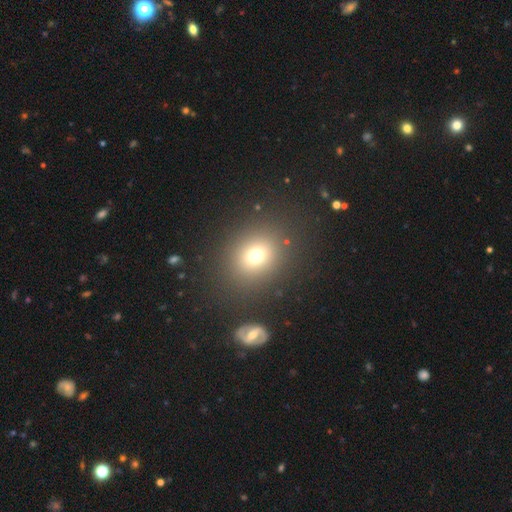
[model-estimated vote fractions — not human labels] Smooth or featured? smooth (71%)
How rounded? round (67%)
Merging? none (84%)